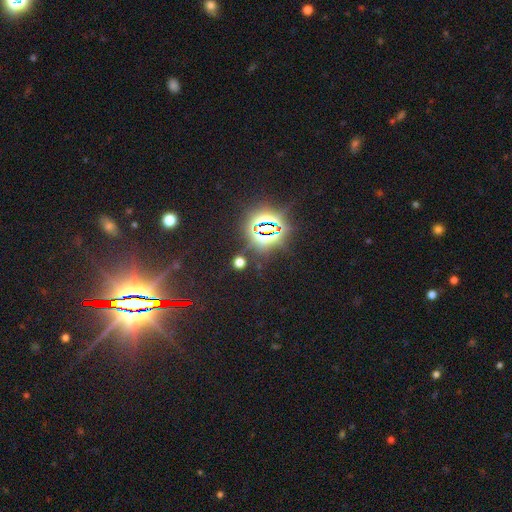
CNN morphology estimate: Overall: star or artifact (84%).